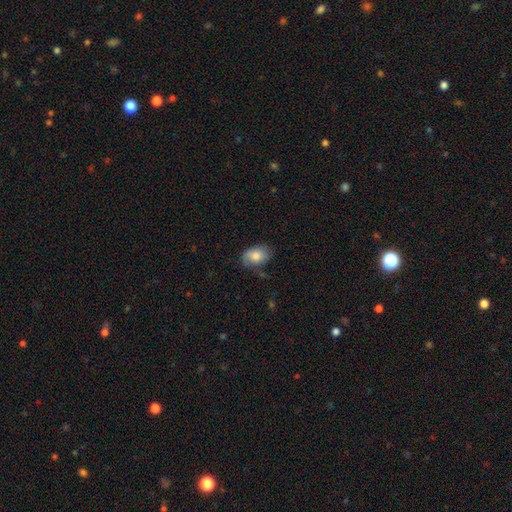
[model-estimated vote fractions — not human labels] This is likely a smooth galaxy (75%). How rounded: clearly in between (84%). Merging: likely none (62%).